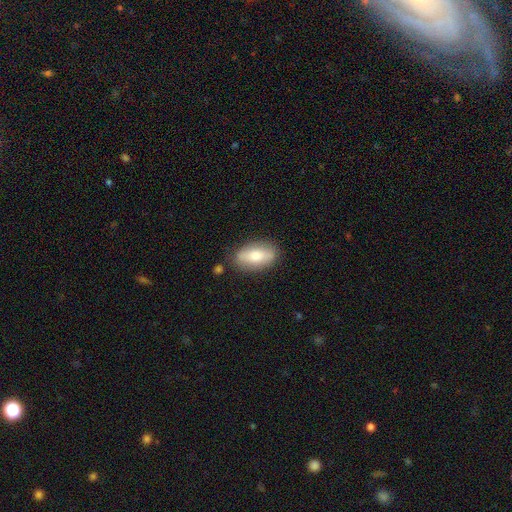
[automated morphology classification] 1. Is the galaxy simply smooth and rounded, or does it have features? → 68% smooth, 26% featured or disk, 7% star or artifact.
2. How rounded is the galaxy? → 86% in between, 9% cigar-shaped, 5% round.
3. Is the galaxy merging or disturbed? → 80% none, 14% minor disturbance, 3% major disturbance, 2% merger.